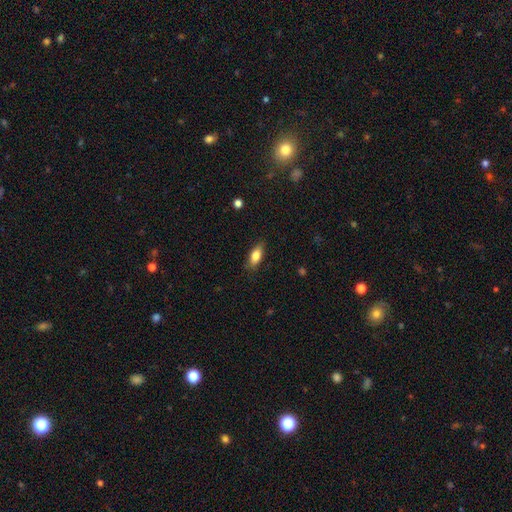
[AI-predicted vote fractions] Overall: smooth (78%). How rounded: in between (78%). Merging: none (81%).